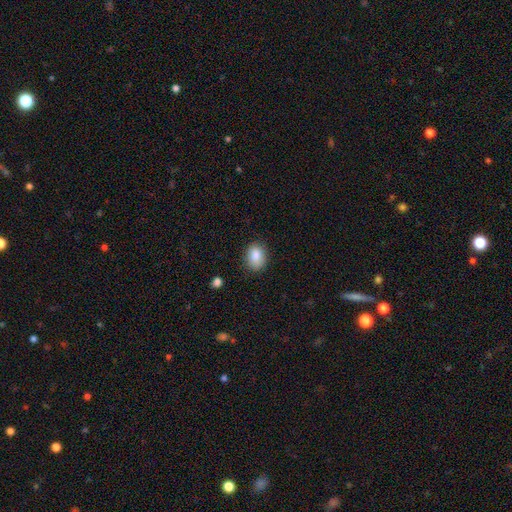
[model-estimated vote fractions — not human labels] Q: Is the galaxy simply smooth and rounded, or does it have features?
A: smooth — 86%.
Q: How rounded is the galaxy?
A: in between — 70%.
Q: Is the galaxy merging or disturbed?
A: none — 81%.